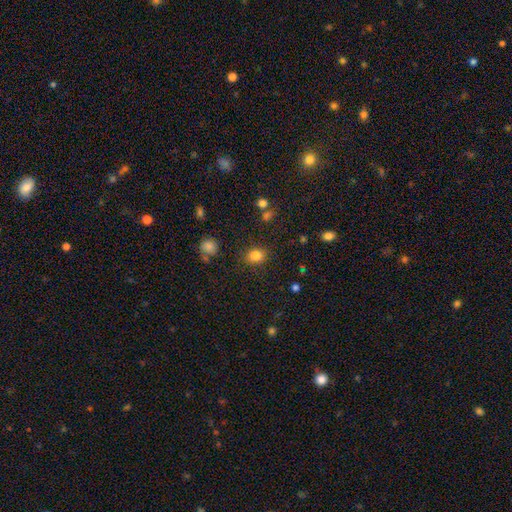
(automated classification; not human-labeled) Overall: smooth (83%). How rounded: in between (51%; round 48%). Merging: none (84%).